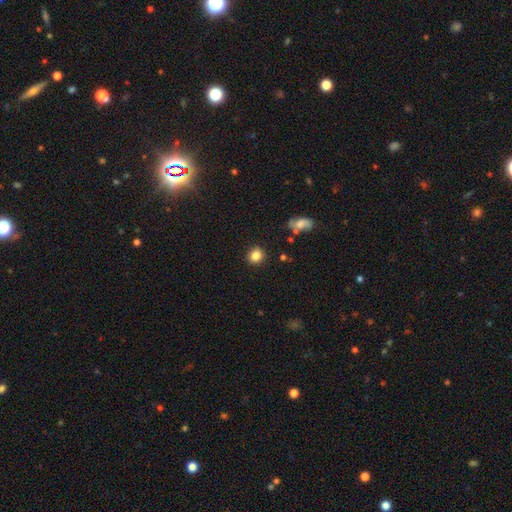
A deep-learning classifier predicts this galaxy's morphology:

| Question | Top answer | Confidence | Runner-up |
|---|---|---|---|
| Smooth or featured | smooth | 84% | star or artifact (11%) |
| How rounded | round | 82% | in between (17%) |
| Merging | none | 89% | minor disturbance (7%) |